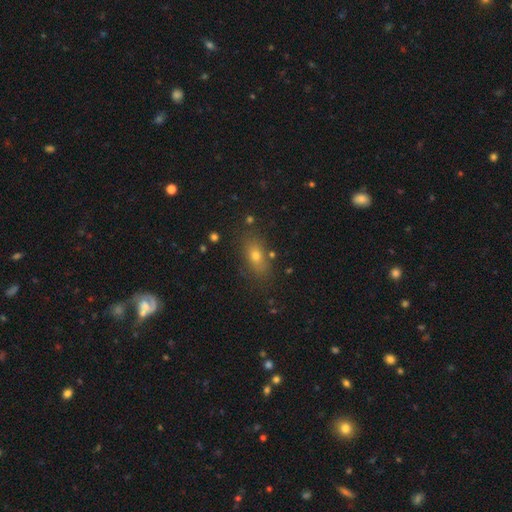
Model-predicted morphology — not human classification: Overall: smooth (69%). How rounded: in between (74%). Merging: none (81%).